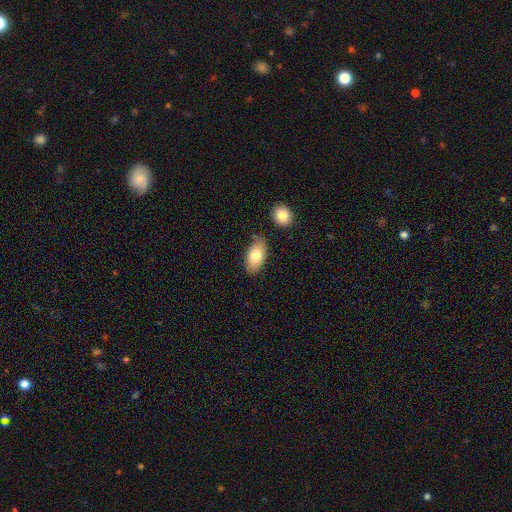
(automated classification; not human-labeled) This is likely a smooth galaxy (79%). How rounded: clearly in between (93%). Merging: likely none (73%).